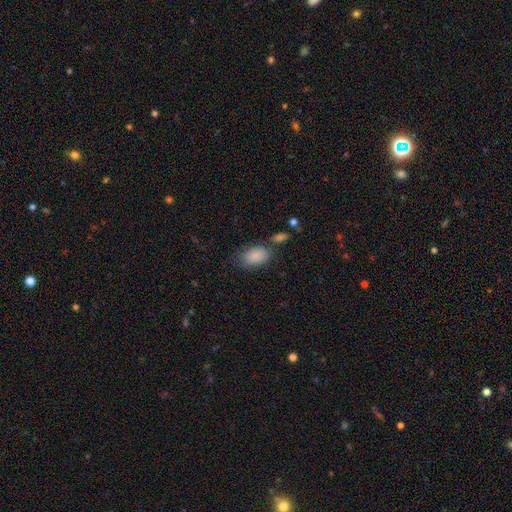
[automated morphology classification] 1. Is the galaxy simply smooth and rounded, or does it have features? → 87% smooth, 7% star or artifact, 6% featured or disk.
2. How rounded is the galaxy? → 92% in between, 6% round, 2% cigar-shaped.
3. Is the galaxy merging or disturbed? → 65% none, 18% minor disturbance, 10% merger, 6% major disturbance.